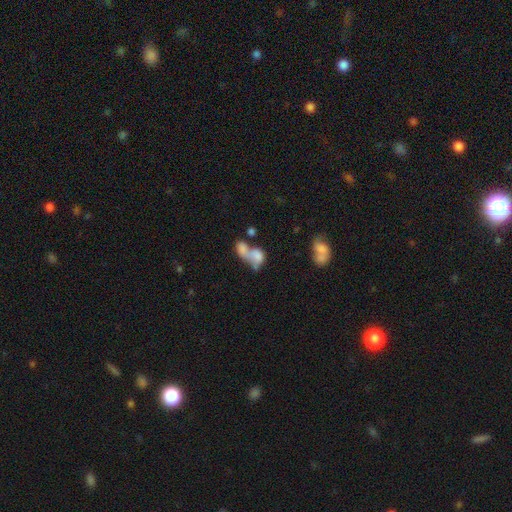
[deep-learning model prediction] smooth 62%, featured or disk 28%, star or artifact 11%. Down the decision tree: how rounded — in between (76%); merging — merger (69%).